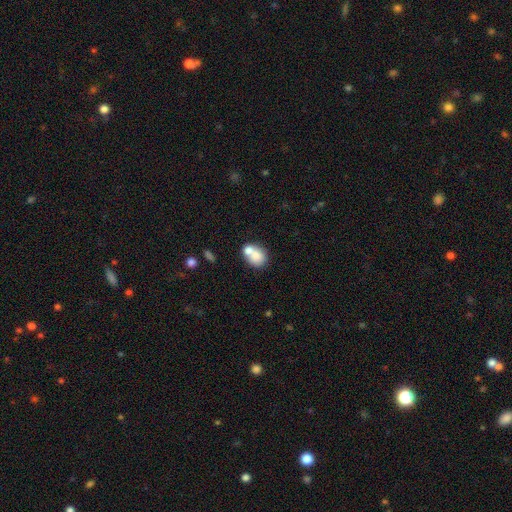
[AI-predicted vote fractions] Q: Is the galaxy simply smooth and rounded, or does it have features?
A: smooth — 76%.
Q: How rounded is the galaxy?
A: round — 49%, tied with in between.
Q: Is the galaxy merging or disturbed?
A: merger — 48%.